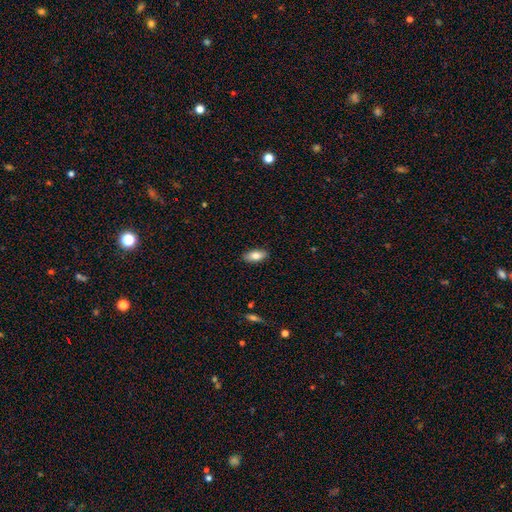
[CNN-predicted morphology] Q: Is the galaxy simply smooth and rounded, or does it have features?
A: smooth — 82%.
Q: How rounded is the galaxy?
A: in between — 88%.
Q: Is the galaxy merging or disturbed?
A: none — 88%.